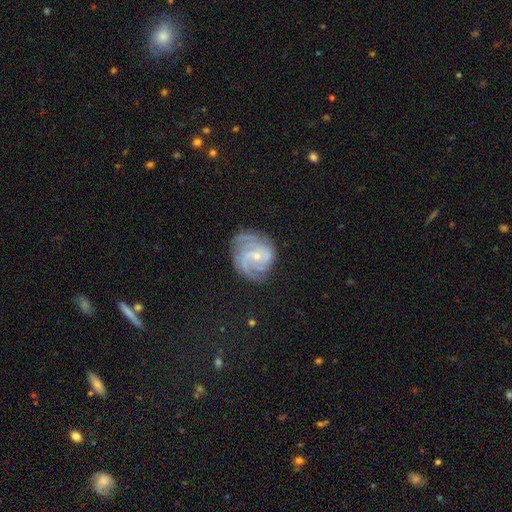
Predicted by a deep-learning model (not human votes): Smooth or featured? Predicted: featured or disk (p=0.87). Edge-on disk? Predicted: no (p=0.98). Bar? Predicted: no (p=0.58). Spiral arms? Predicted: yes (p=0.97). Spiral winding? Predicted: tight (p=0.58). Spiral arm count? Predicted: 3 (p=0.36). Bulge size? Predicted: small (p=0.75). Merging? Predicted: none (p=0.71).